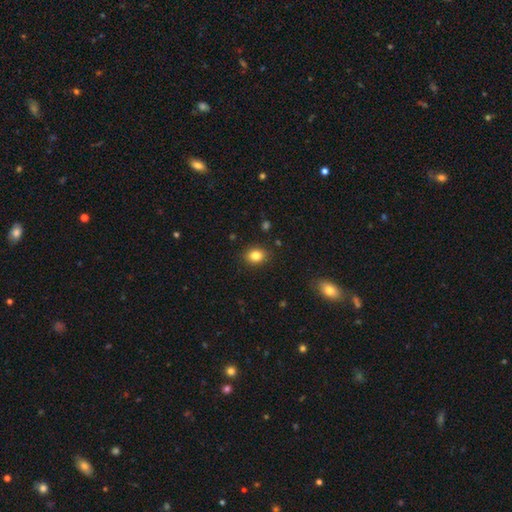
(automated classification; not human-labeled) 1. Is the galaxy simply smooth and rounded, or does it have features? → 83% smooth, 11% star or artifact, 7% featured or disk.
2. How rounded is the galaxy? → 53% in between, 46% round, 1% cigar-shaped.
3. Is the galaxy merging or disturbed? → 88% none, 8% minor disturbance, 2% major disturbance, 1% merger.